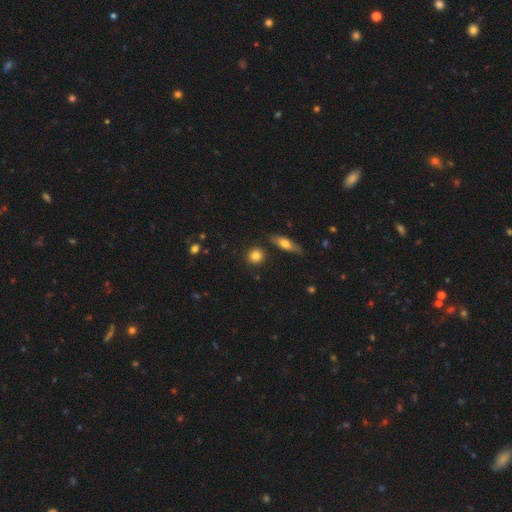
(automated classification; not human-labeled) Smooth or featured: smooth — 82% (star or artifact — 9%)
How rounded: round — 85% (in between — 12%)
Merging: none — 85% (minor disturbance — 8%)